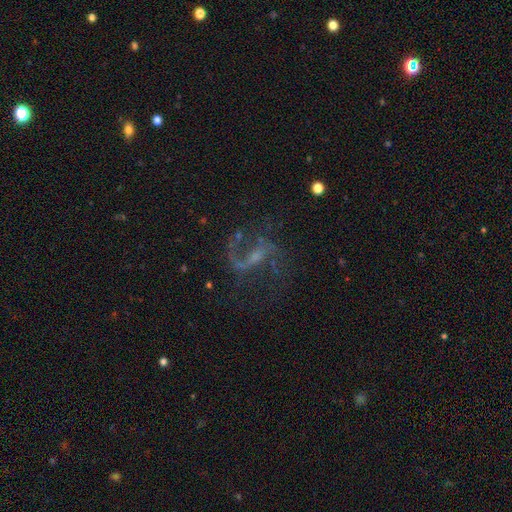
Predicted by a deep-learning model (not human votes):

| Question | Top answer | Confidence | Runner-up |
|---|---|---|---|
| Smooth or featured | featured or disk | 82% | star or artifact (11%) |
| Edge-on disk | no | 97% | yes (3%) |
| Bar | weak | 48% | no (30%) |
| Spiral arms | yes | 91% | no (9%) |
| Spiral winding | loose | 61% | medium (32%) |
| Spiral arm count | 2 | 70% | 1 (19%) |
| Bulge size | small | 52% | none (23%) |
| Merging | none | 56% | major disturbance (25%) |